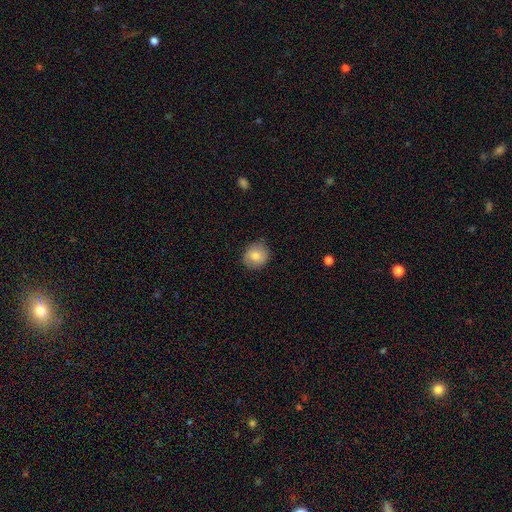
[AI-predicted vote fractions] A smooth galaxy with no disk features (80%) that is round (83%). Merging: none (83%).